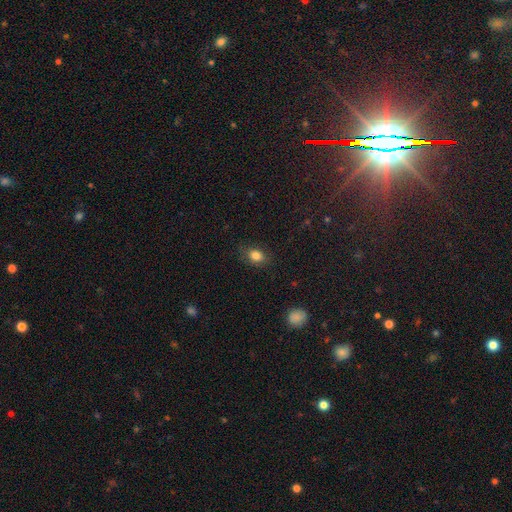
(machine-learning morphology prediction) smooth 83%, star or artifact 10%, featured or disk 6%. Down the decision tree: how rounded — in between (65%); merging — none (81%).